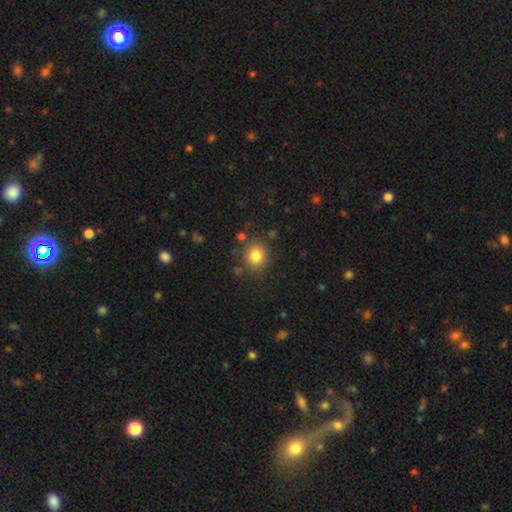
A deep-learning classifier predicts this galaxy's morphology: This appears to be a smooth galaxy with no disk features (82%) that is round (84%). Merging: none (82%).